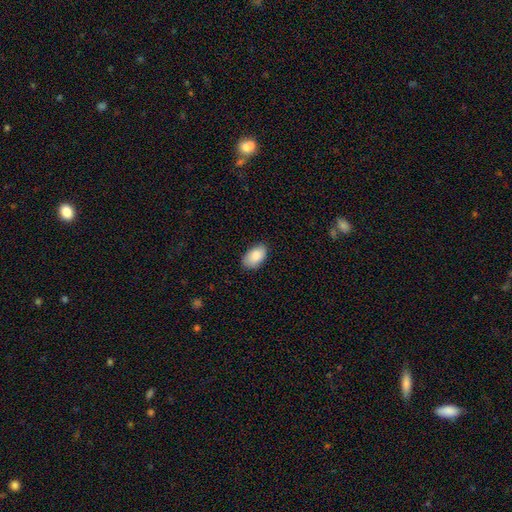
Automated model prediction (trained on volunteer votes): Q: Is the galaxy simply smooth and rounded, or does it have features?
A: smooth — 86%.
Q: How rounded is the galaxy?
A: in between — 94%.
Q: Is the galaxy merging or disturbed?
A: none — 81%.